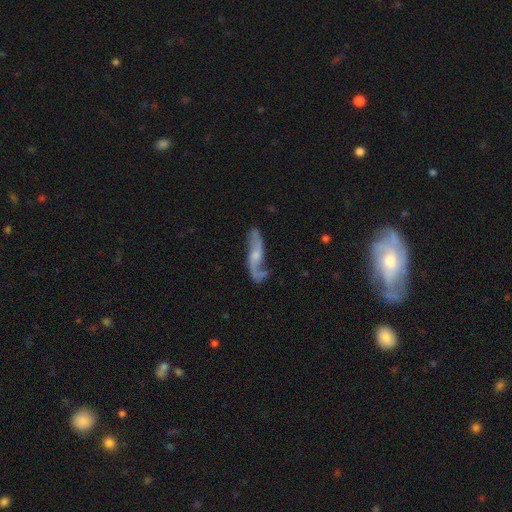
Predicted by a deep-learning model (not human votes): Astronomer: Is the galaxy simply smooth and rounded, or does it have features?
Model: featured or disk — 79%.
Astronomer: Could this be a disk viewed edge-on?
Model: no — 83%.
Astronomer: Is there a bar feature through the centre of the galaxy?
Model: no — 54% (runner-up: weak, 36%).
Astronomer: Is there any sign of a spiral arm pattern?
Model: yes — 94%.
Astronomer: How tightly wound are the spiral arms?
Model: loose — 71%.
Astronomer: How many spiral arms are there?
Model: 2 — 89%.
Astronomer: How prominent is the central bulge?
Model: moderate — 41% (runner-up: small, 38%).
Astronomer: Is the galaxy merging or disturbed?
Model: none — 64%.